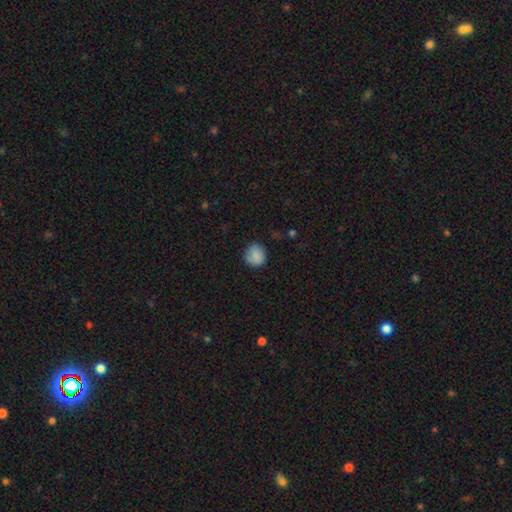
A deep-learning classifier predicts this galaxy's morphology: smooth 86%, star or artifact 8%, featured or disk 6%. Down the decision tree: how rounded — round (86%); merging — none (78%).